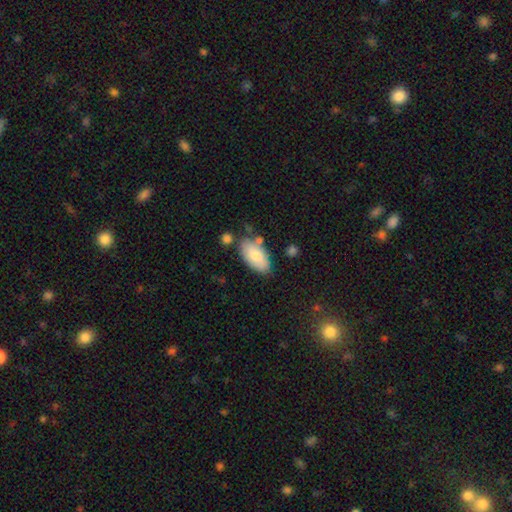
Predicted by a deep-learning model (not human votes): Smooth or featured?
  - smooth: 78% *
  - featured or disk: 17%
  - star or artifact: 6%
How rounded?
  - in between: 94% *
  - cigar-shaped: 3%
  - round: 2%
Merging?
  - none: 68% *
  - minor disturbance: 20%
  - merger: 8%
  - major disturbance: 4%